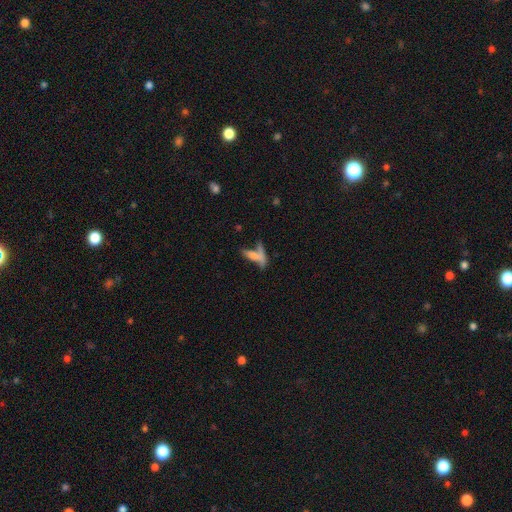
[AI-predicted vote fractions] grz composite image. It shows a smooth galaxy with no disk features (56%) that is cigar-shaped (65%). Merging: merger (40%).